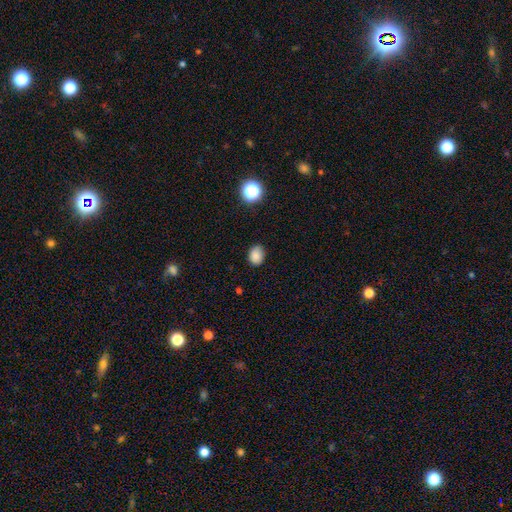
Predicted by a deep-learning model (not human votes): This appears to be a smooth galaxy with no disk features (85%) that is in between round and cigar-shaped (55%). Merging: none (84%).